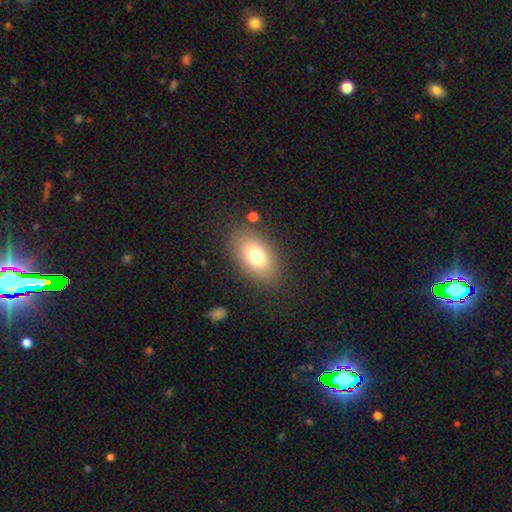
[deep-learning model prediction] smooth-or-featured: smooth: 74% | featured or disk: 15% | star or artifact: 10%
  how-rounded: in between: 86% | round: 12% | cigar-shaped: 2%
  merging: none: 83% | minor disturbance: 10% | major disturbance: 5% | merger: 2%